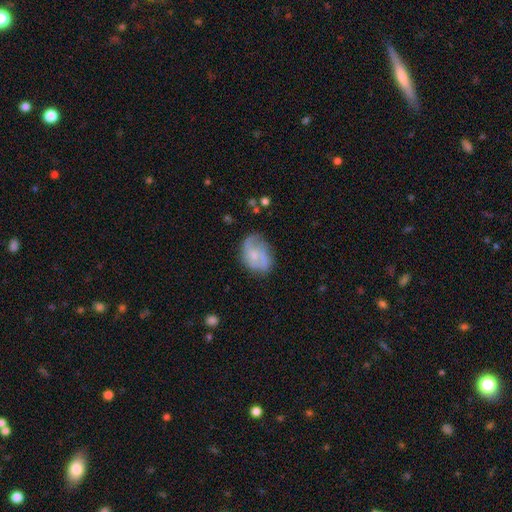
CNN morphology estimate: featured or disk 59%, smooth 33%, star or artifact 7%. Down the decision tree: edge-on disk — no (97%); bar — no (63%); spiral arms — yes (82%); bulge size — small (51%); merging — none (59%).